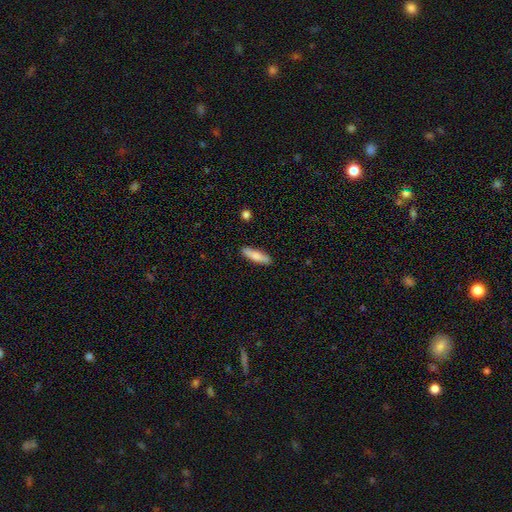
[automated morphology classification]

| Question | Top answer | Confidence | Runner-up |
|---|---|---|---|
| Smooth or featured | smooth | 76% | featured or disk (18%) |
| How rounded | cigar-shaped | 69% | in between (30%) |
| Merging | none | 88% | minor disturbance (8%) |